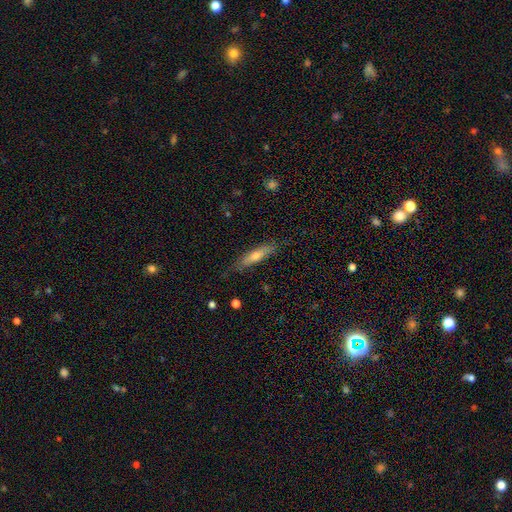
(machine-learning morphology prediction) The model was most divided on "smooth or featured": smooth: 51%, featured or disk: 42%, star or artifact: 7%. More confident: how rounded — cigar-shaped (82%); merging — none (79%).